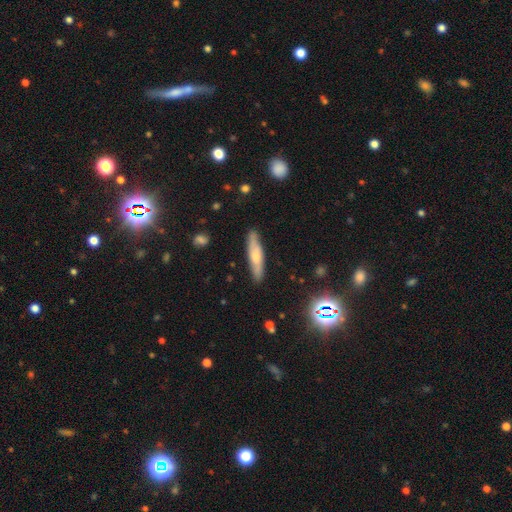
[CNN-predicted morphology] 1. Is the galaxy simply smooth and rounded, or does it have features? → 56% smooth, 37% featured or disk, 7% star or artifact.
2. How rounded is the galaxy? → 83% cigar-shaped, 15% in between, 2% round.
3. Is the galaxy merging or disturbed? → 86% none, 10% minor disturbance, 2% major disturbance, 1% merger.